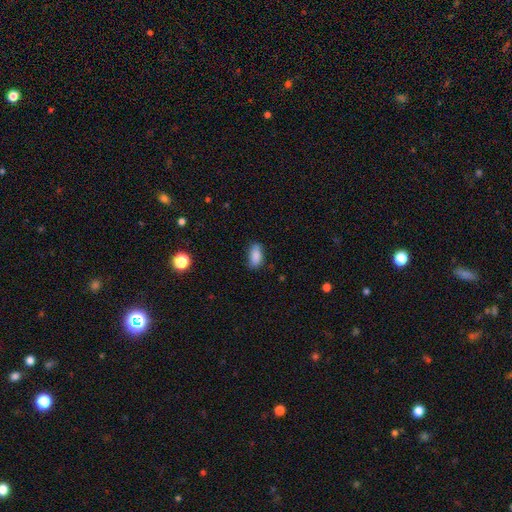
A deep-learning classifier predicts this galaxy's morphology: Smooth or featured: smooth — 86% (star or artifact — 8%)
How rounded: in between — 89% (cigar-shaped — 6%)
Merging: none — 78% (minor disturbance — 17%)